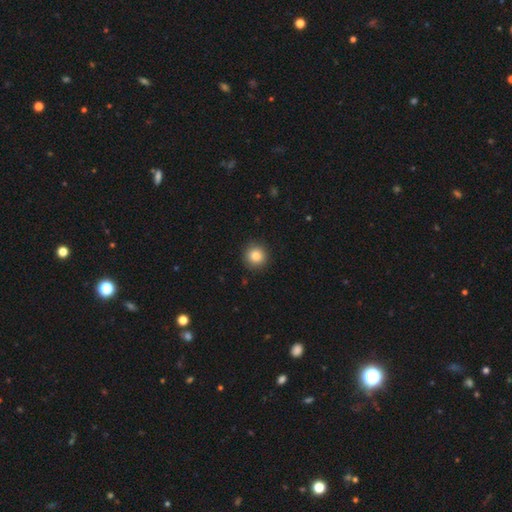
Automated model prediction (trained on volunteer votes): Q: Smooth or featured?
A: smooth (84%); runner-up: star or artifact (10%)
Q: How rounded?
A: round (94%); runner-up: in between (5%)
Q: Merging?
A: none (92%); runner-up: minor disturbance (5%)